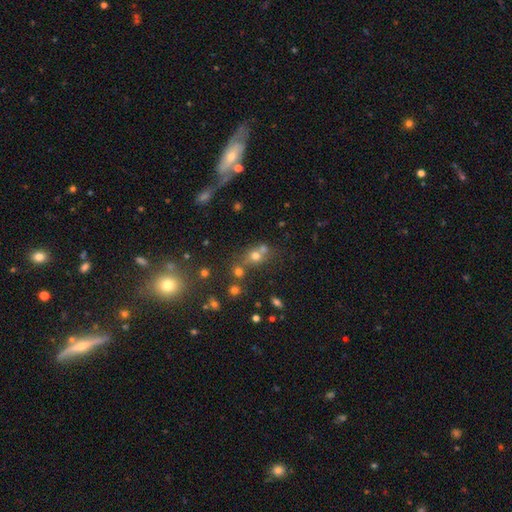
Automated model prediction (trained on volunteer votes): Overall: smooth (53%; star or artifact 29%). How rounded: round (74%). Merging: none (47%; merger 38%).